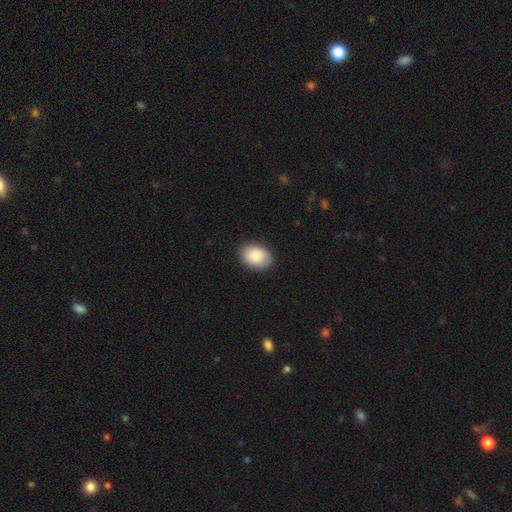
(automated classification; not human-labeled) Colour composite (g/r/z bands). It shows a smooth galaxy with no disk features (85%) that is in between round and cigar-shaped (77%). Merging: none (87%).